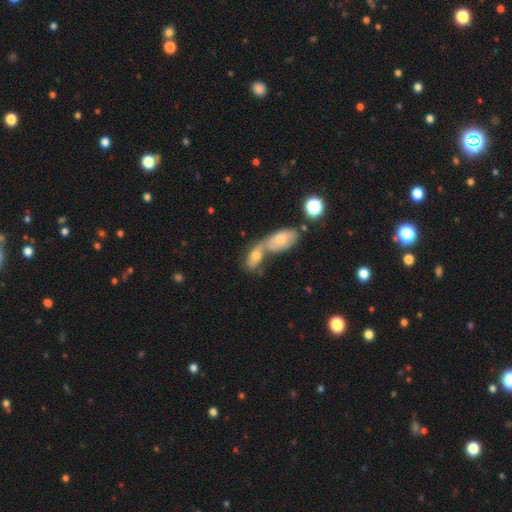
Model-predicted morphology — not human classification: Smooth or featured? smooth (63%)
How rounded? in between (83%)
Merging? merger (66%)